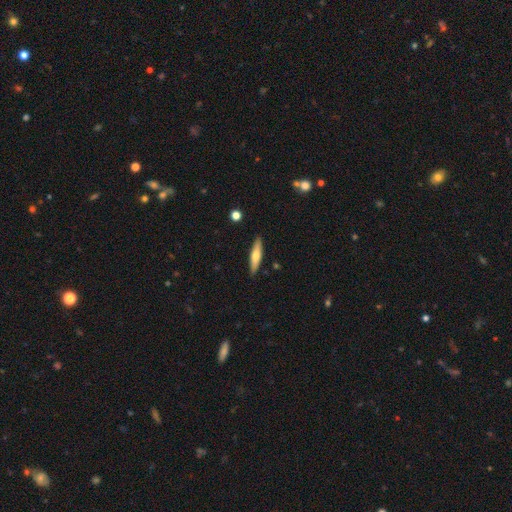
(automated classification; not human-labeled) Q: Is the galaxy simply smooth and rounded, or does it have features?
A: smooth — 55%.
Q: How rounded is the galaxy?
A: cigar-shaped — 79%.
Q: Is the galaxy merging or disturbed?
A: none — 89%.